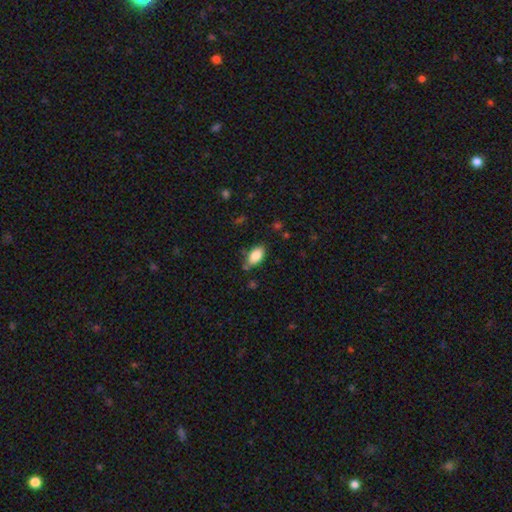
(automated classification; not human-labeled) A smooth galaxy with no disk features (85%) that is in between round and cigar-shaped (93%). Merging: none (73%).